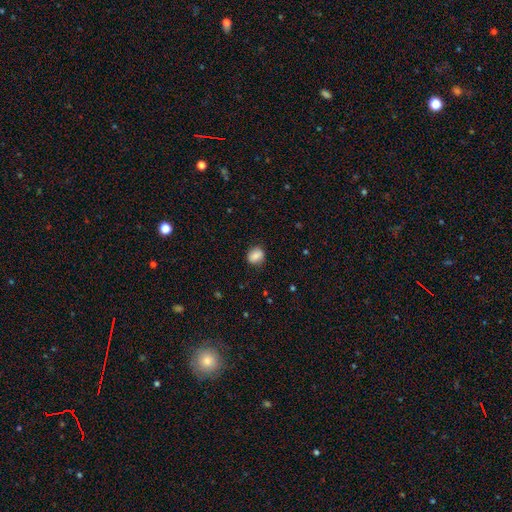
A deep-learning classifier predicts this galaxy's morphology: A smooth galaxy with no disk features (84%) that is round (56%). Merging: none (82%).